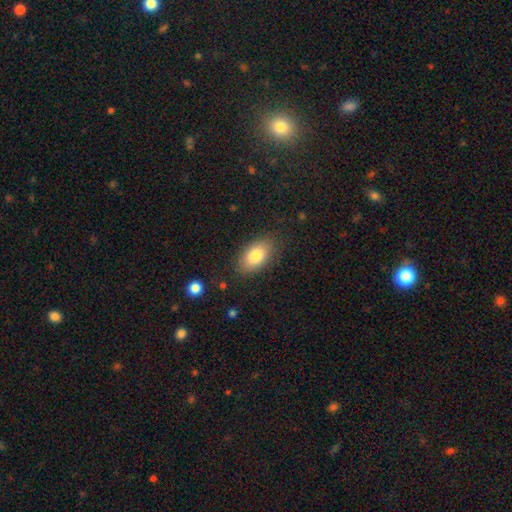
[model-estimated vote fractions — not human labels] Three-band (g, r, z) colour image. It shows a smooth galaxy with no disk features (82%) that is in between round and cigar-shaped (92%). Merging: none (83%).